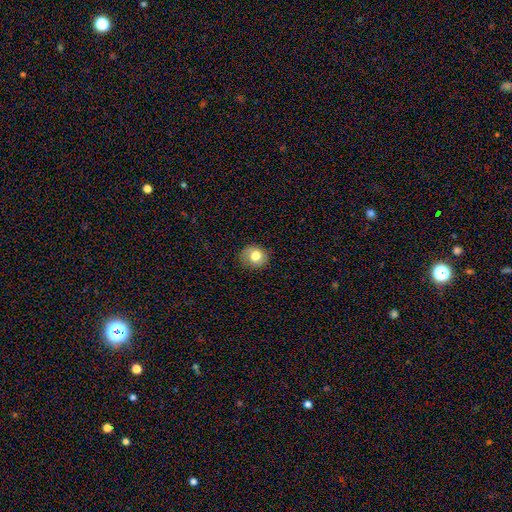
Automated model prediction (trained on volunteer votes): The model was most divided on "how rounded": round: 74%, in between: 25%, cigar-shaped: 1%. More confident: merging — none (83%); smooth or featured — smooth (76%).